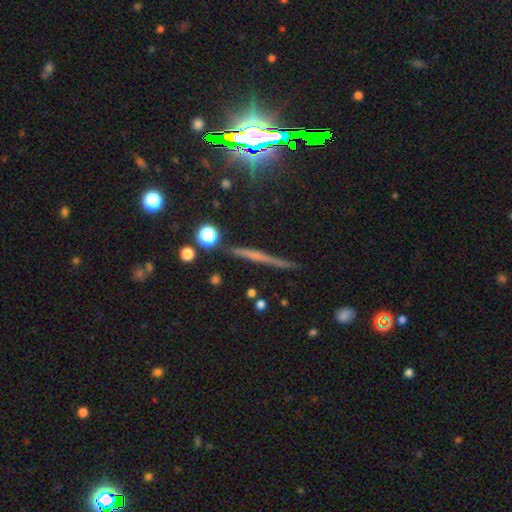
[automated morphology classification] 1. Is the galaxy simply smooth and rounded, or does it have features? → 49% featured or disk, 31% smooth, 20% star or artifact.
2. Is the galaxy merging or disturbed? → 86% none, 9% minor disturbance, 2% major disturbance, 2% merger.